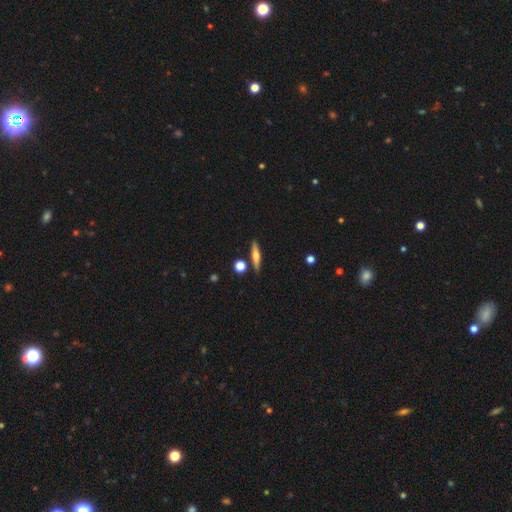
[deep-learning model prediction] This appears to be a smooth galaxy with no disk features (49%). Merging: none (84%).